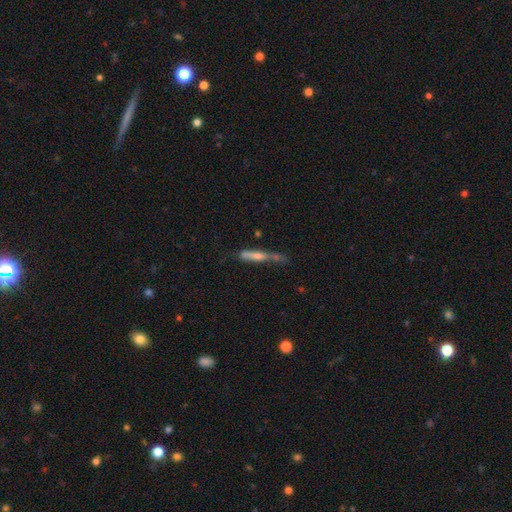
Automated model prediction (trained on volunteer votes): smooth 54%, featured or disk 37%, star or artifact 8%. Down the decision tree: how rounded — cigar-shaped (88%); merging — none (41%).